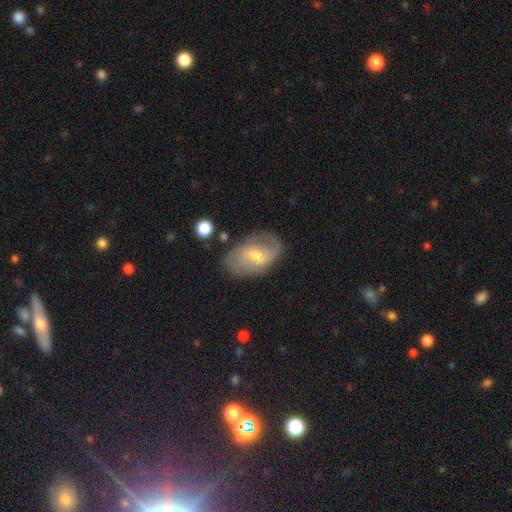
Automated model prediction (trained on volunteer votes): Overall: featured or disk (70%). Edge-on disk: no (96%). Bar: weak (54%; no 35%). Spiral arms: yes (88%). Spiral arm count: 2 (64%). Spiral winding: medium (45%; loose 29%). Bulge size: moderate (47%, tied with small). Merging: none (71%).